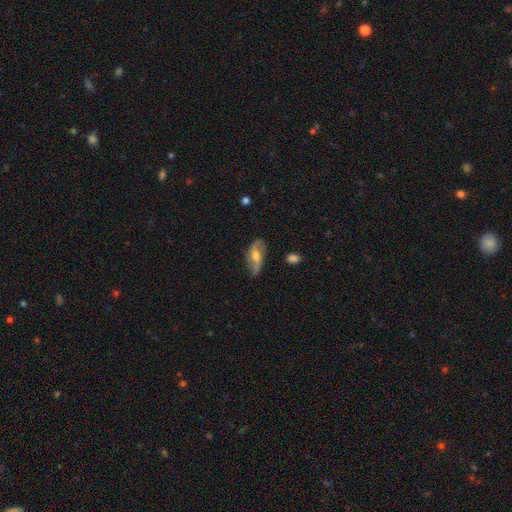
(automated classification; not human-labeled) featured or disk 65%, smooth 28%, star or artifact 7%. Down the decision tree: edge-on disk — no (86%); bar — weak (39%); spiral arms — yes (84%); bulge size — moderate (60%); merging — none (62%).